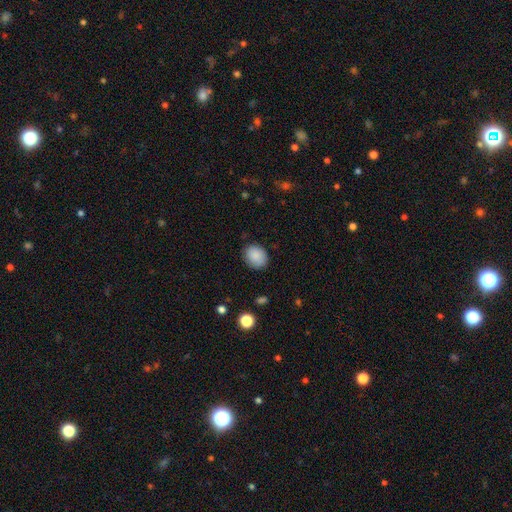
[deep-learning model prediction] smooth 88%, star or artifact 8%, featured or disk 5%. Down the decision tree: how rounded — round (60%); merging — none (84%).